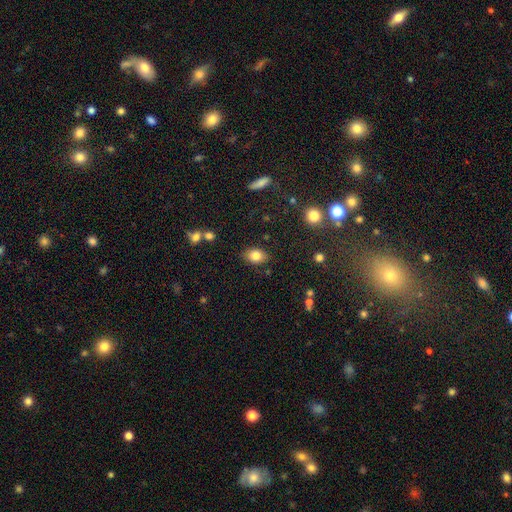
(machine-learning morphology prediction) Overall: smooth (82%). How rounded: in between (77%). Merging: none (85%).